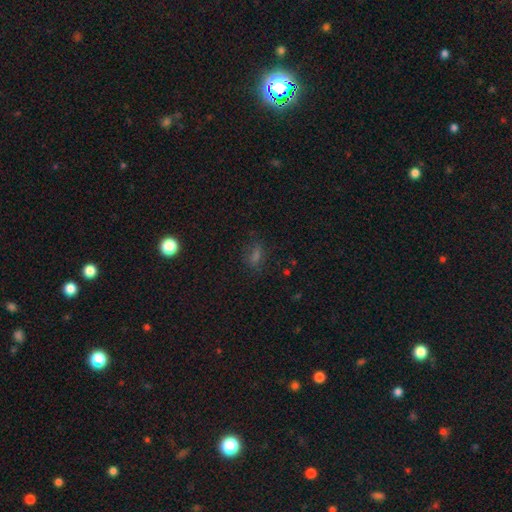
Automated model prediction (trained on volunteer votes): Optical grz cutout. It shows a smooth galaxy with no disk features (55%) that is in between round and cigar-shaped (66%). Merging: none (72%).